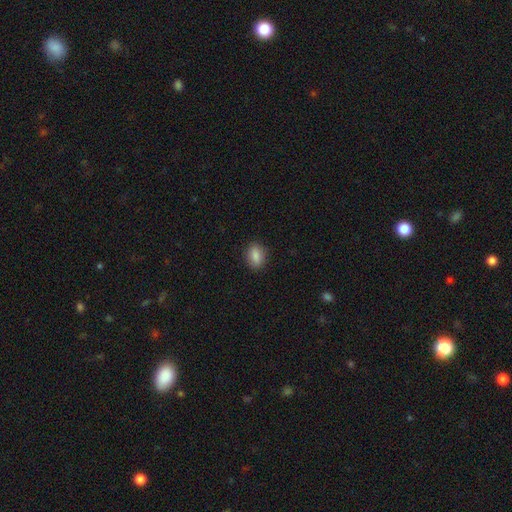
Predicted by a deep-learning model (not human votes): smooth-or-featured: smooth: 86% | star or artifact: 8% | featured or disk: 6%
  how-rounded: in between: 74% | round: 24% | cigar-shaped: 2%
  merging: none: 88% | minor disturbance: 9% | major disturbance: 2% | merger: 1%